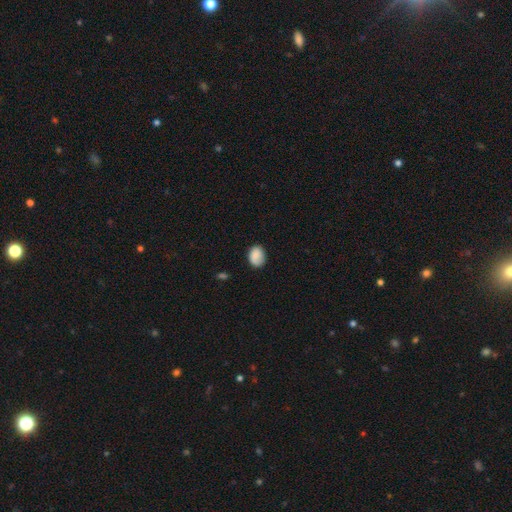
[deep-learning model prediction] The model was most divided on "how rounded": in between: 64%, round: 35%, cigar-shaped: 1%. More confident: smooth or featured — smooth (83%); merging — none (74%).